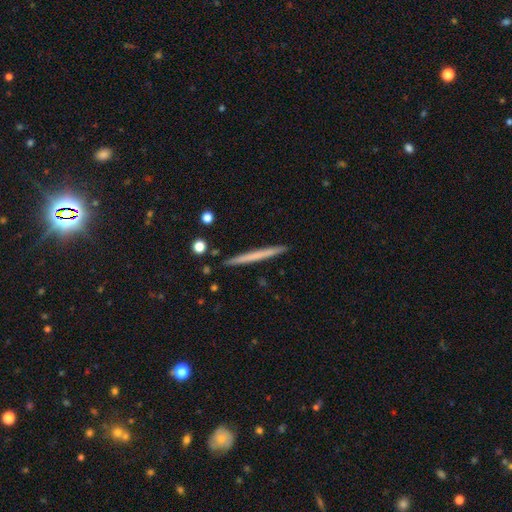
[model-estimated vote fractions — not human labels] A smooth galaxy with no disk features (55%) that is cigar-shaped (97%). Merging: none (92%).